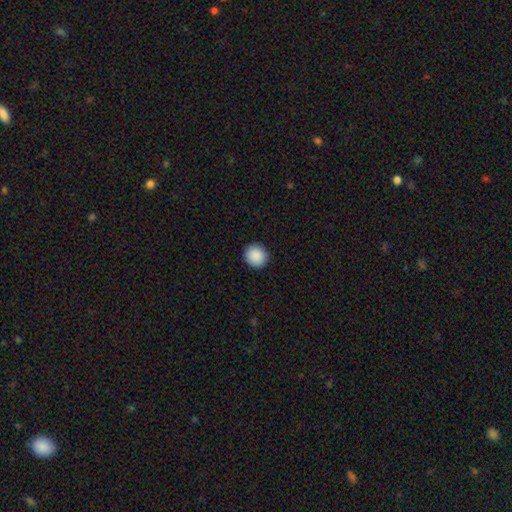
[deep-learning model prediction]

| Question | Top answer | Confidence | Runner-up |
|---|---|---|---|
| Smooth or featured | smooth | 90% | star or artifact (7%) |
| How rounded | round | 88% | in between (11%) |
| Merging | none | 92% | minor disturbance (5%) |